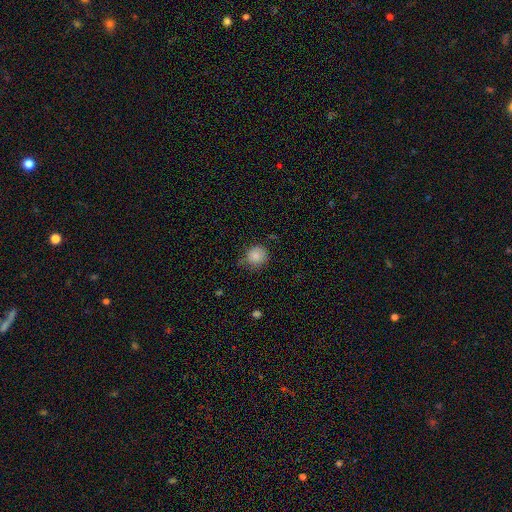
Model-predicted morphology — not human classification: smooth_or_featured: smooth (p=0.85) [alt: star or artifact p=0.09]
how_rounded: round (p=0.86) [alt: in between p=0.13]
merging: none (p=0.68) [alt: minor disturbance p=0.25]